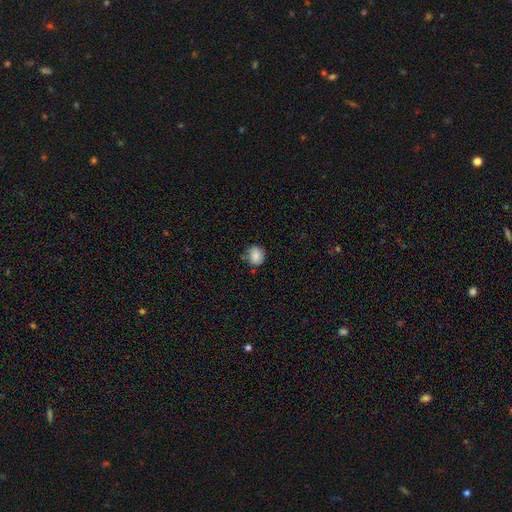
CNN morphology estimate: The model was most divided on "merging": none: 69%, minor disturbance: 22%, major disturbance: 5%, merger: 4%. More confident: smooth or featured — smooth (83%); how rounded — round (74%).